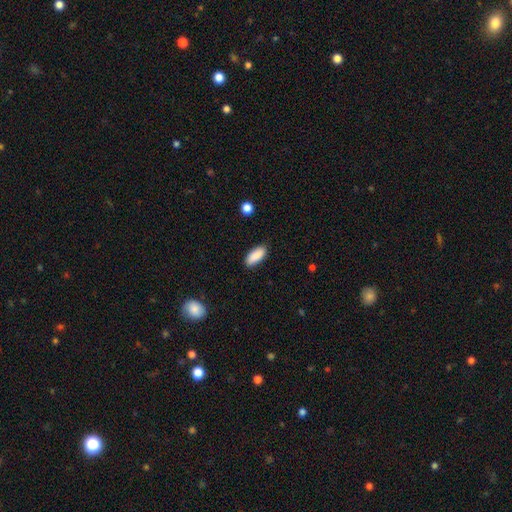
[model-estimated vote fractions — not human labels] smooth_or_featured: smooth (p=0.90) [alt: star or artifact p=0.06]
how_rounded: in between (p=0.81) [alt: cigar-shaped p=0.17]
merging: none (p=0.87) [alt: minor disturbance p=0.10]